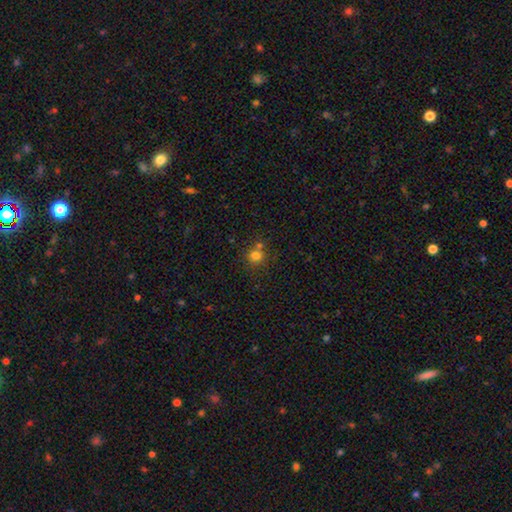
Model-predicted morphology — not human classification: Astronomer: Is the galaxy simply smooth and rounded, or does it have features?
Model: smooth — 77%.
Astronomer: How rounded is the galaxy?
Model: round — 89%.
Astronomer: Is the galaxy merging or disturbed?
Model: none — 62%.